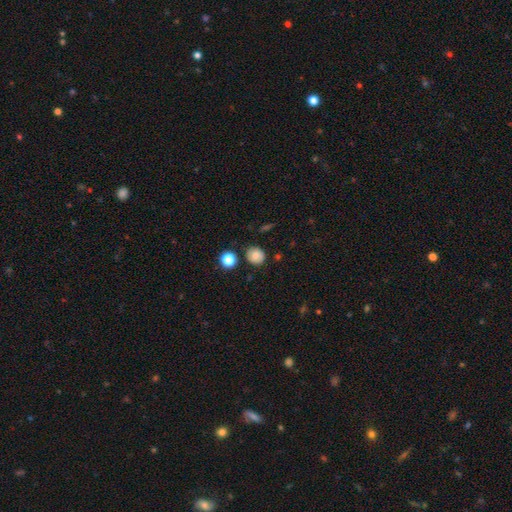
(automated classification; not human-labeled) smooth 79%, star or artifact 11%, featured or disk 10%. Down the decision tree: how rounded — round (81%); merging — none (82%).